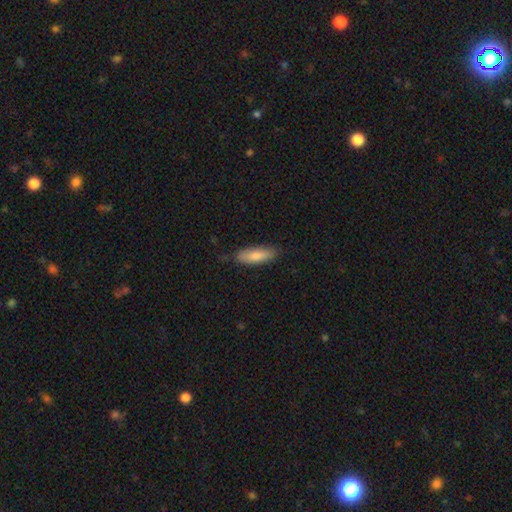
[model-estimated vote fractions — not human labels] A smooth galaxy with no disk features (81%) that is in between round and cigar-shaped (56%).

Vote fractions:
- Smooth or featured? smooth: 81% / featured or disk: 14% / star or artifact: 6%
- How rounded? in between: 56% / cigar-shaped: 43% / round: 2%
- Merging? none: 78% / minor disturbance: 18% / major disturbance: 3% / merger: 1%